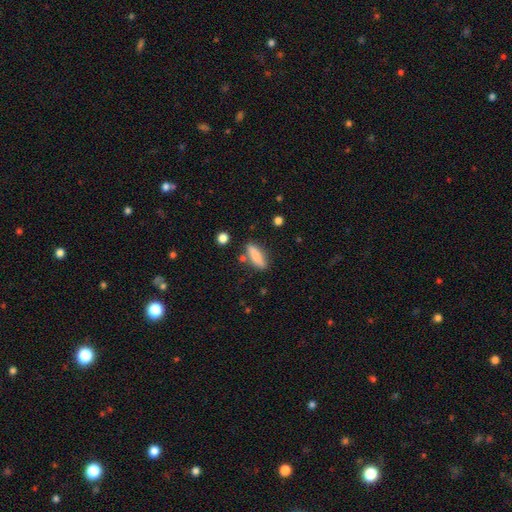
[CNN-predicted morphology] Smooth or featured? smooth (80%)
How rounded? cigar-shaped (53%)
Merging? none (77%)